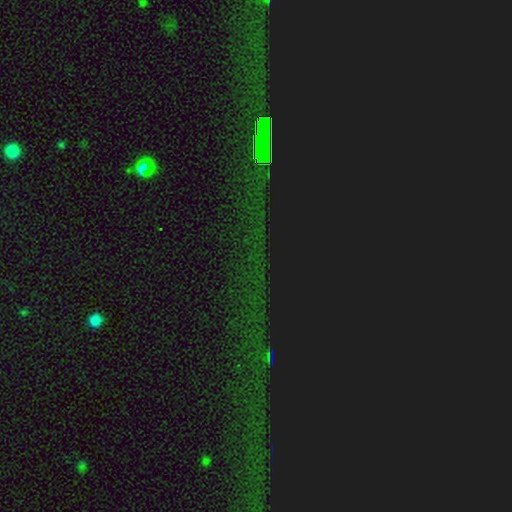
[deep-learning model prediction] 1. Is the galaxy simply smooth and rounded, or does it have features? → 81% star or artifact, 10% featured or disk, 9% smooth.